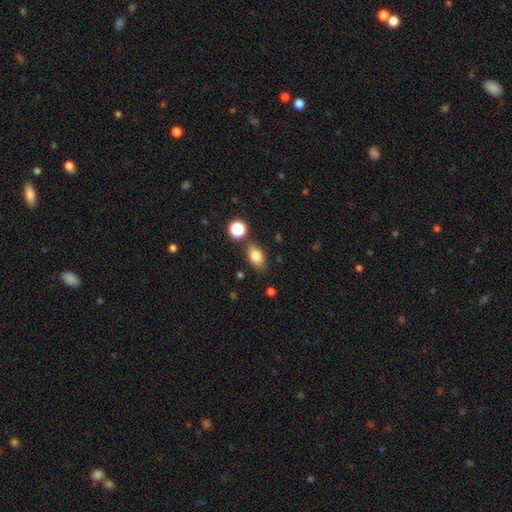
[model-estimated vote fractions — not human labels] smooth-or-featured: smooth: 81% | star or artifact: 10% | featured or disk: 9%
  how-rounded: in between: 86% | round: 11% | cigar-shaped: 3%
  merging: none: 77% | minor disturbance: 13% | merger: 7% | major disturbance: 3%